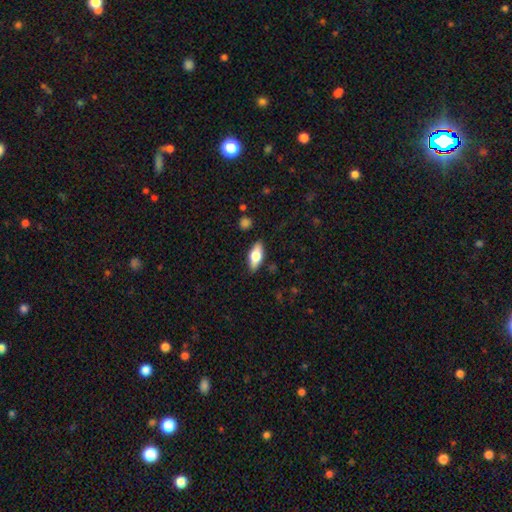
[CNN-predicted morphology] Smooth or featured: smooth — 59% (featured or disk — 34%)
How rounded: in between — 76% (cigar-shaped — 20%)
Merging: none — 86% (minor disturbance — 10%)